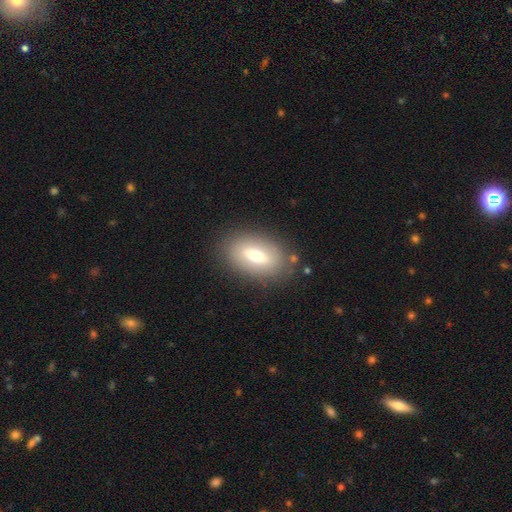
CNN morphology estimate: Smooth or featured? Predicted: smooth (p=0.66). How rounded? Predicted: in between (p=0.89). Merging? Predicted: none (p=0.85).